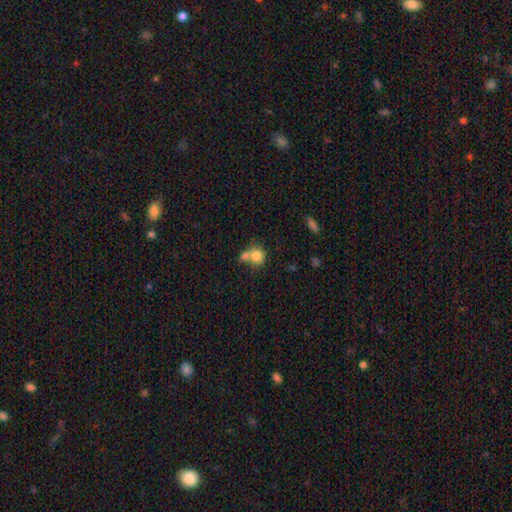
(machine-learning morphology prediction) The model was most divided on "merging": merger: 52%, none: 34%, minor disturbance: 9%, major disturbance: 5%. More confident: smooth or featured — smooth (79%); how rounded — round (79%).